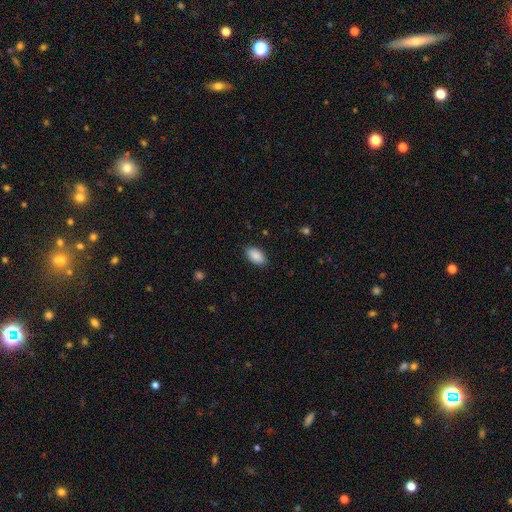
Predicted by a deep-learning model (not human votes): A smooth galaxy with no disk features (90%) that is in between round and cigar-shaped (94%). Merging: none (87%).